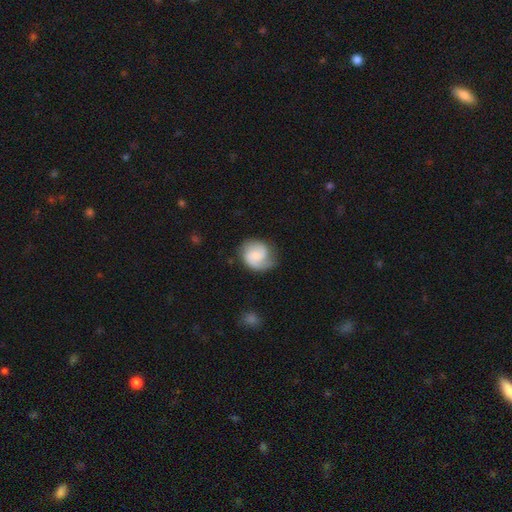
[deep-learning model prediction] This appears to be a featured or disk galaxy (58%) with no bar (59%), 2 (73%) medium (44%) spiral arms (93%) and a small central bulge (41%). Merging: none (68%).